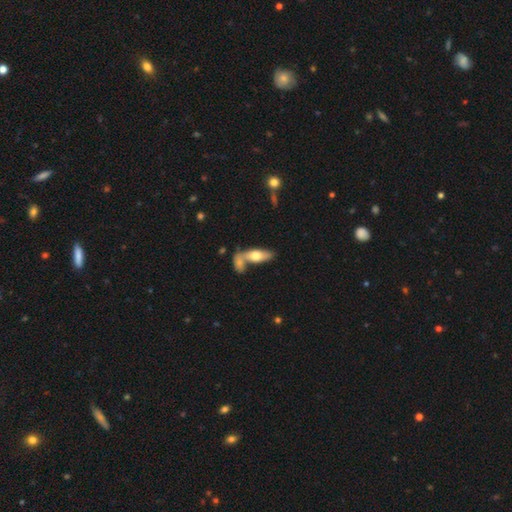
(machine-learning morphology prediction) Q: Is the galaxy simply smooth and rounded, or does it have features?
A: smooth — 61%.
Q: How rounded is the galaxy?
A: in between — 67%.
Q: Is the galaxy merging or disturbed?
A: merger — 45%.